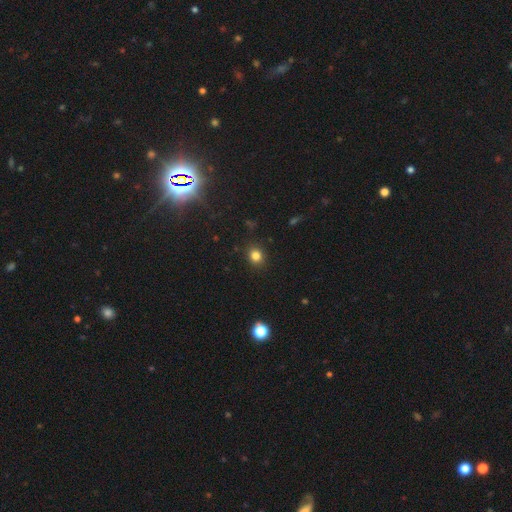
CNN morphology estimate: A smooth galaxy with no disk features (82%) that is round (73%).

Vote fractions:
- Smooth or featured? smooth: 82% / star or artifact: 13% / featured or disk: 5%
- How rounded? round: 73% / in between: 26% / cigar-shaped: 1%
- Merging? none: 89% / minor disturbance: 8% / major disturbance: 2% / merger: 1%